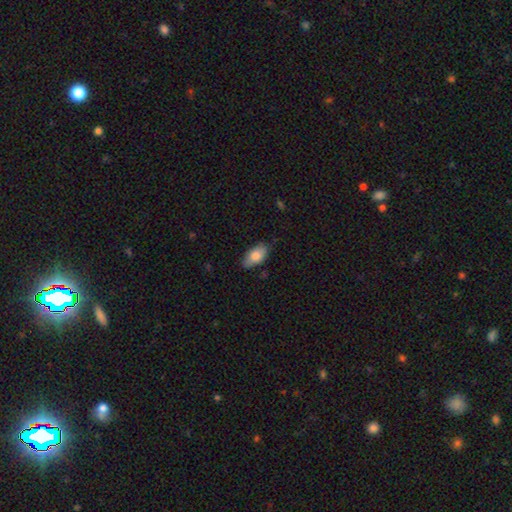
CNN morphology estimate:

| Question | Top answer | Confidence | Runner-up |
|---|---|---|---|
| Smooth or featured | smooth | 80% | featured or disk (13%) |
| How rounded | in between | 92% | cigar-shaped (4%) |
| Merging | none | 80% | minor disturbance (16%) |